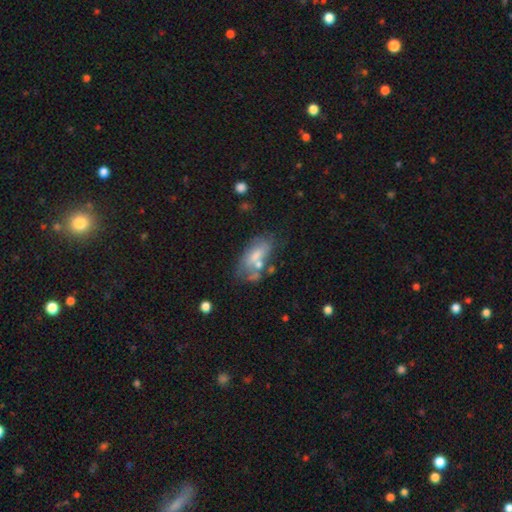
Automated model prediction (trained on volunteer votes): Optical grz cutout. It shows a smooth galaxy with no disk features (52%) that is in between round and cigar-shaped (85%). Merging: none (43%).